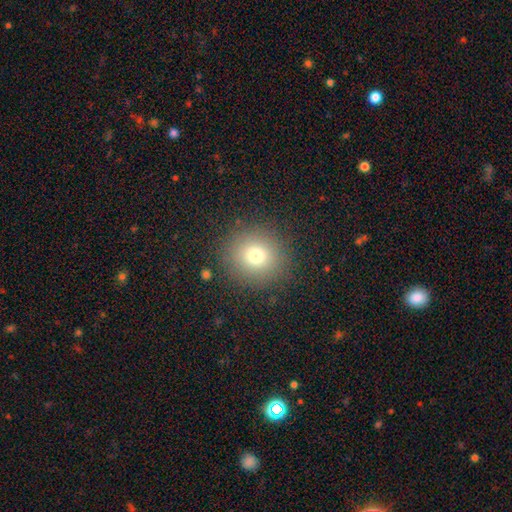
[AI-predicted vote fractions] smooth-or-featured: smooth: 74% | star or artifact: 15% | featured or disk: 11%
  how-rounded: round: 91% | in between: 8% | cigar-shaped: 1%
  merging: none: 88% | minor disturbance: 7% | major disturbance: 4% | merger: 1%